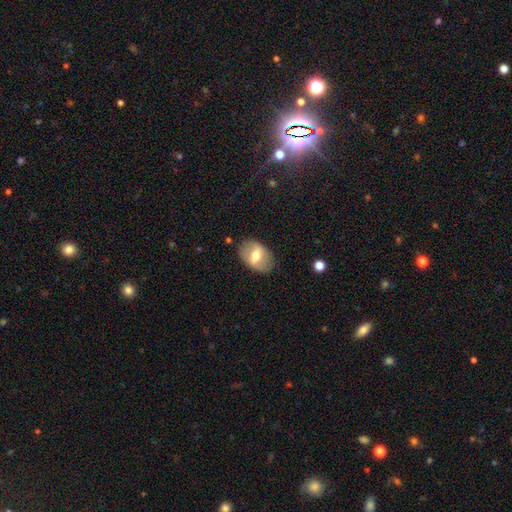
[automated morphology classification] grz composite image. It shows a smooth galaxy with no disk features (53%) that is in between round and cigar-shaped (83%). Merging: none (83%).